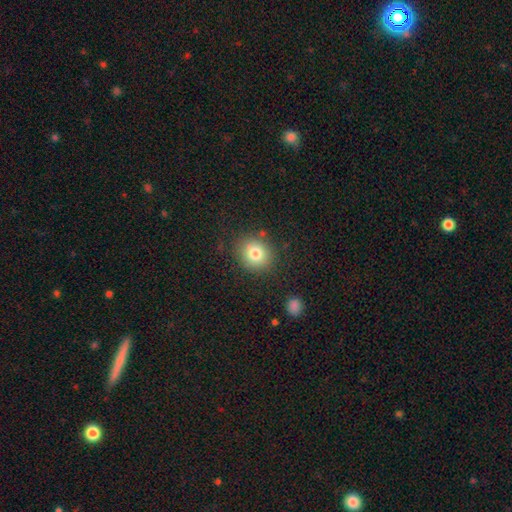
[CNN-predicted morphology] This is likely a smooth galaxy (76%). How rounded: clearly round (82%). Merging: clearly none (89%).